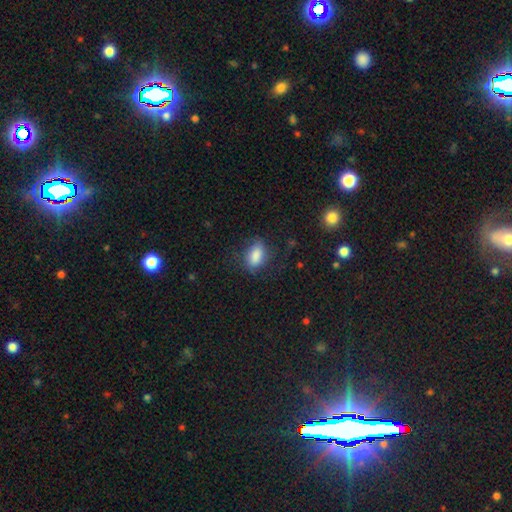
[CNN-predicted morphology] This is clearly a smooth galaxy (83%). How rounded: clearly in between (87%). Merging: likely none (69%).